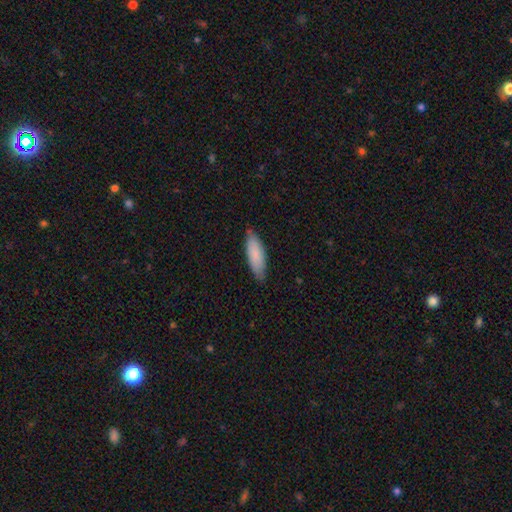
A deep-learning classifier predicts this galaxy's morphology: This is clearly a smooth galaxy (82%). How rounded: possibly in between (55%). Merging: likely none (77%).